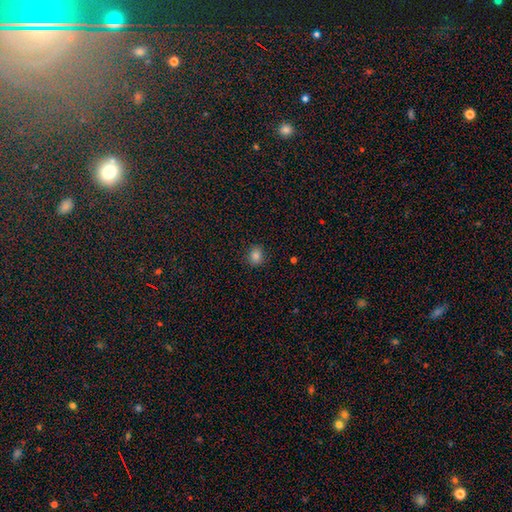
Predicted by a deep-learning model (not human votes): A smooth galaxy with no disk features (83%) that is round (70%). Merging: none (87%).